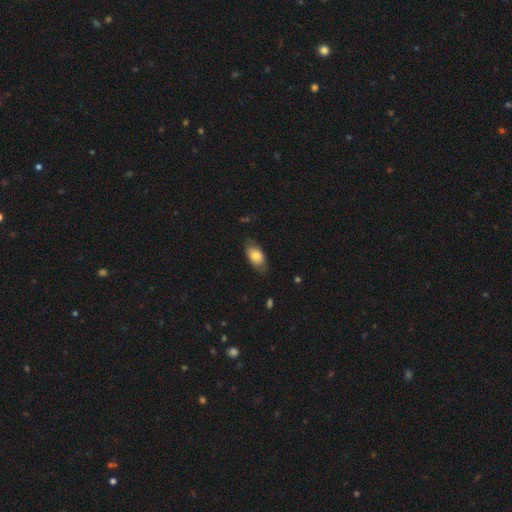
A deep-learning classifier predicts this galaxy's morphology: smooth-or-featured: smooth: 72% | featured or disk: 21% | star or artifact: 6%
  how-rounded: in between: 91% | round: 5% | cigar-shaped: 4%
  merging: none: 72% | minor disturbance: 22% | major disturbance: 5% | merger: 1%